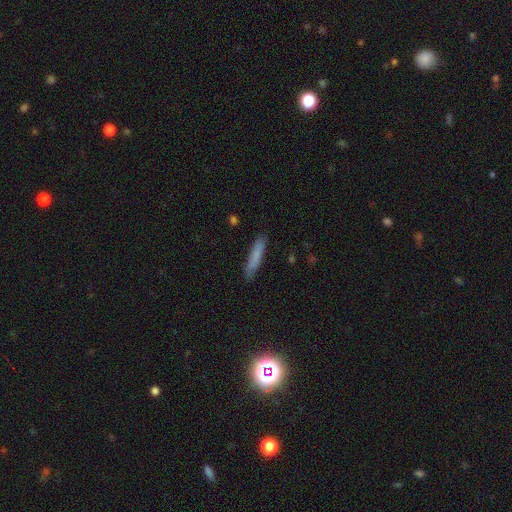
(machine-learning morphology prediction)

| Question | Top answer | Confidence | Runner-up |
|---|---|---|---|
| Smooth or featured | smooth | 78% | featured or disk (14%) |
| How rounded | cigar-shaped | 91% | in between (7%) |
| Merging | none | 87% | minor disturbance (10%) |